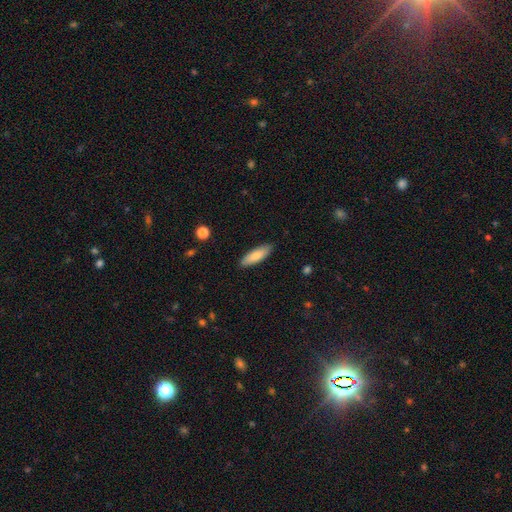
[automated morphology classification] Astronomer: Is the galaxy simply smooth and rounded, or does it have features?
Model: smooth — 79%.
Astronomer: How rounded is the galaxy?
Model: in between — 49%, tied with cigar-shaped at 49%.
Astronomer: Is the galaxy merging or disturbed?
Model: none — 88%.